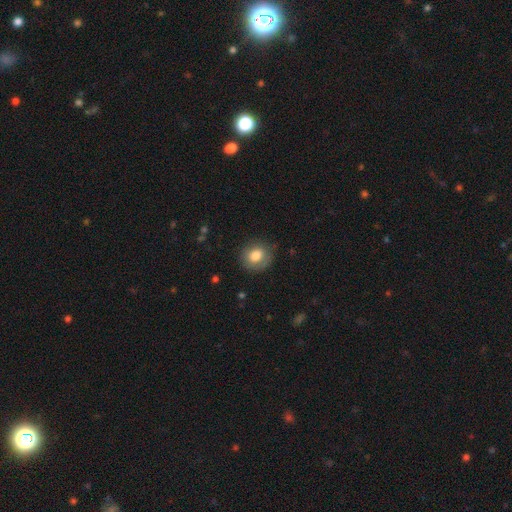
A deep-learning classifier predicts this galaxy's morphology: Smooth or featured? smooth (78%)
How rounded? round (76%)
Merging? none (79%)